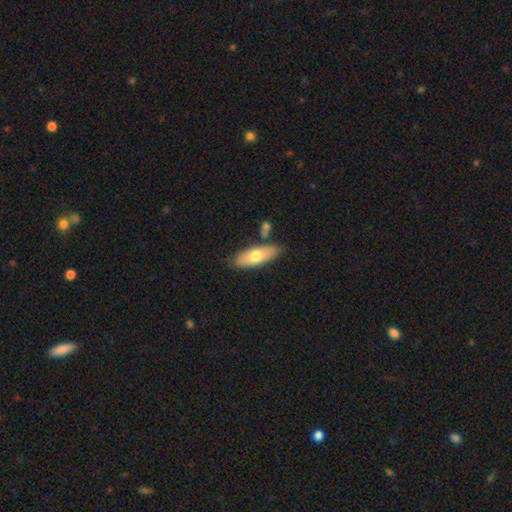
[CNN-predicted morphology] This is likely a smooth galaxy (68%). How rounded: likely in between (70%). Merging: likely none (77%).